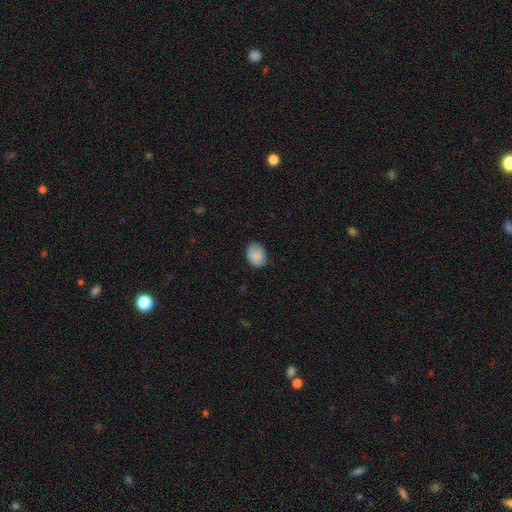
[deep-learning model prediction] This is clearly a smooth galaxy (85%). How rounded: likely in between (66%). Merging: likely none (71%).